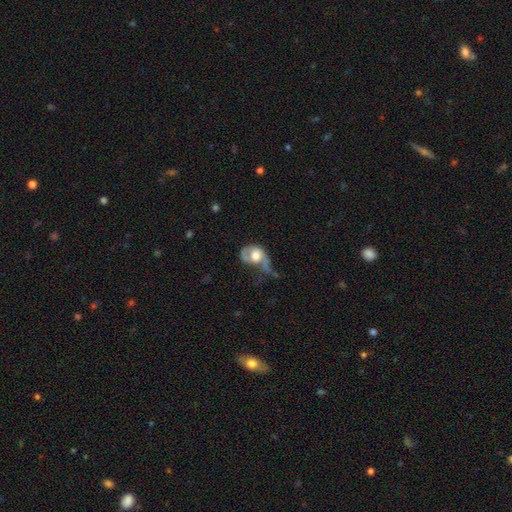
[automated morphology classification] type=smooth (52%); roundness=in between (58%); merging=major disturbance (56%).